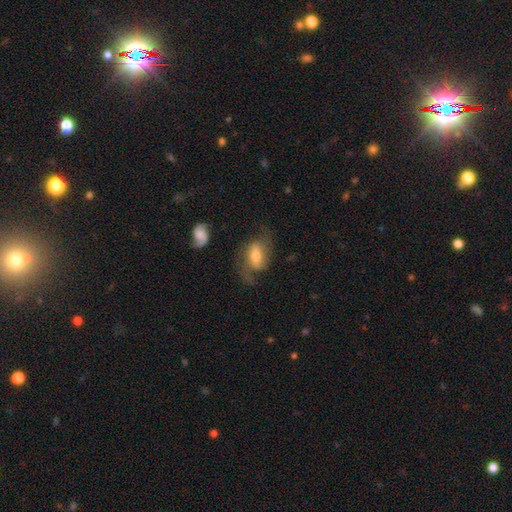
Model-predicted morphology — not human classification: smooth_or_featured: featured or disk (p=0.63) [alt: smooth p=0.29]
disk_edge_on: no (p=0.94) [alt: yes p=0.06]
bar: weak (p=0.41) [alt: strong p=0.34]
has_spiral_arms: yes (p=0.87) [alt: no p=0.13]
spiral_winding: loose (p=0.43) [alt: medium p=0.42]
spiral_arm_count: 2 (p=0.81) [alt: can't tell p=0.08]
bulge_size: moderate (p=0.59) [alt: small p=0.27]
merging: none (p=0.56) [alt: minor disturbance p=0.21]